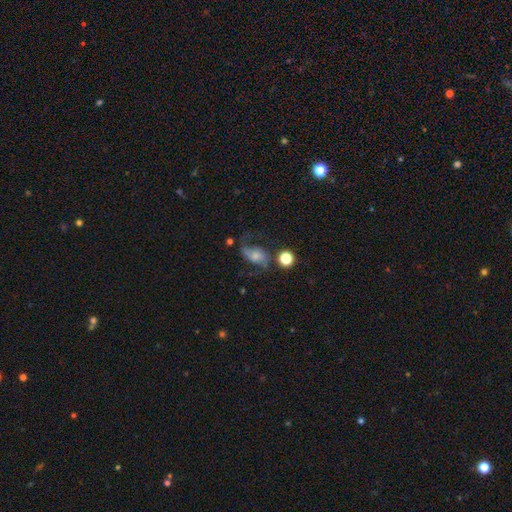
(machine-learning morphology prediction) The model was most divided on "bulge size": small: 41%, moderate: 33%, none: 13%, large: 9%, dominant: 3%. Remaining: edge-on disk — no (96%); spiral arms — yes (89%); spiral arm count — 2 (84%); spiral winding — loose (74%); smooth or featured — featured or disk (63%); bar — no (62%); merging — none (47%).